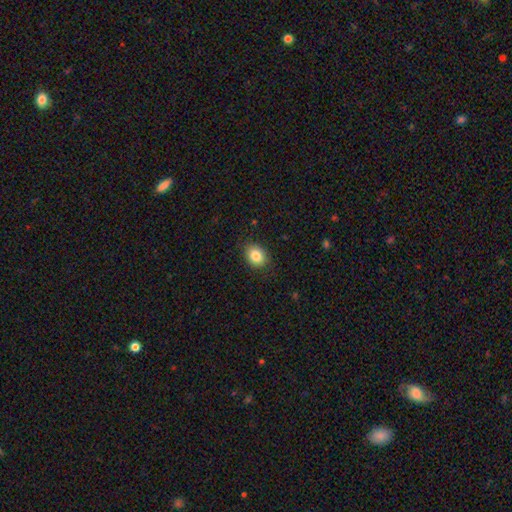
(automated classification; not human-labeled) The model was most divided on "how rounded": in between: 53%, round: 46%, cigar-shaped: 1%. More confident: merging — none (87%); smooth or featured — smooth (84%).